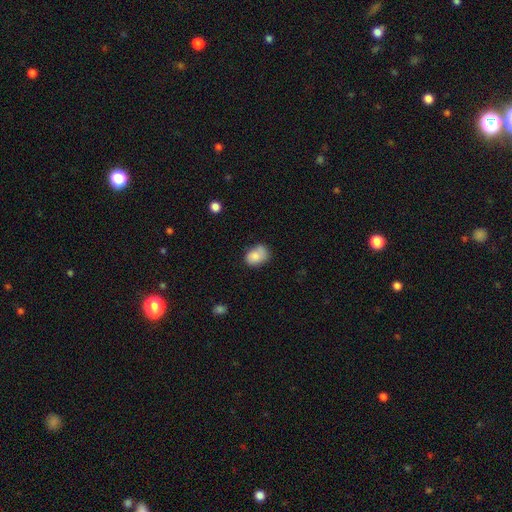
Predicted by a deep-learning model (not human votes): This is clearly a smooth galaxy (81%). How rounded: likely in between (71%). Merging: possibly none (51%).